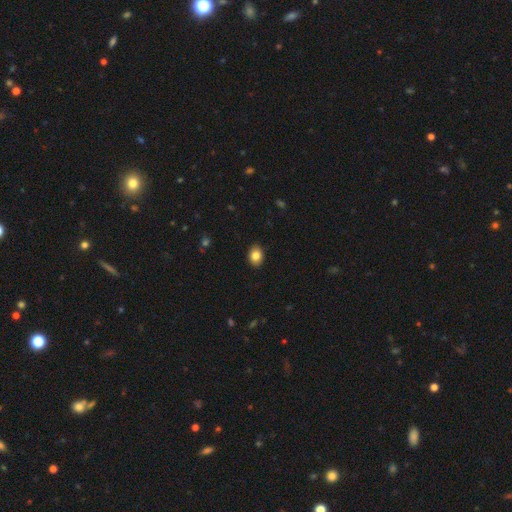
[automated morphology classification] smooth_or_featured: smooth (p=0.84) [alt: star or artifact p=0.09]
how_rounded: in between (p=0.64) [alt: round p=0.35]
merging: none (p=0.90) [alt: minor disturbance p=0.07]